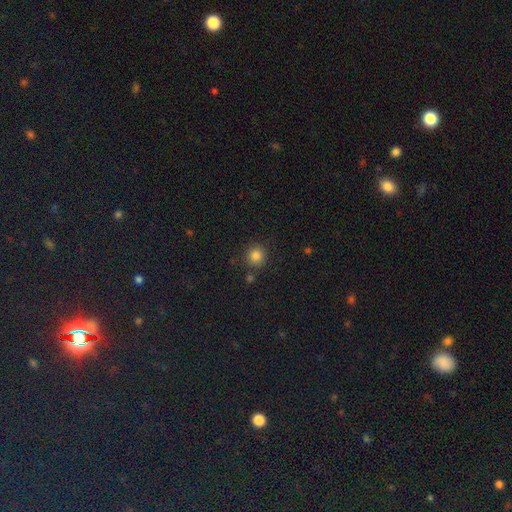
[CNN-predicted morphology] A smooth galaxy with no disk features (83%) that is round (91%). Merging: none (84%).